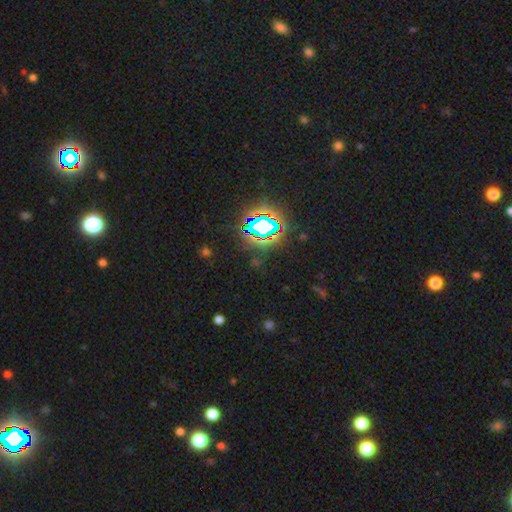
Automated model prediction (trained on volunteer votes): This is clearly a star or artifact rather than a galaxy (82%).